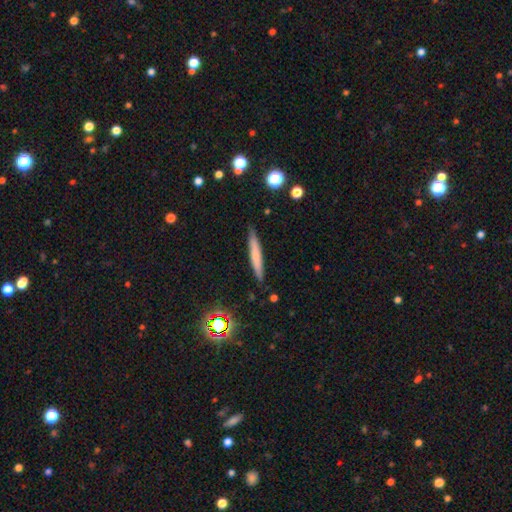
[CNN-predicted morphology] This is likely a smooth galaxy (65%). How rounded: clearly cigar-shaped (94%). Merging: clearly none (88%).